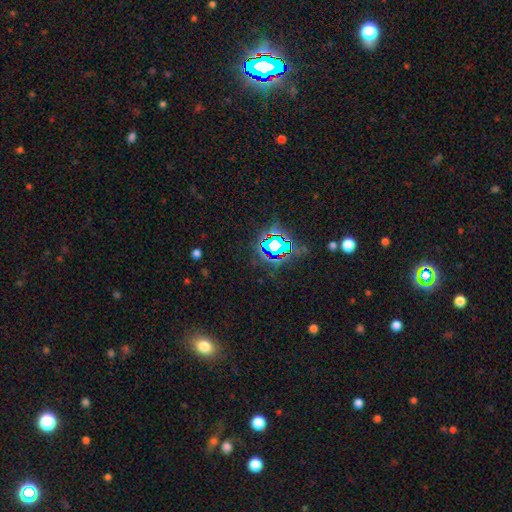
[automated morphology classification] Smooth or featured: star or artifact — 78% (smooth — 14%)